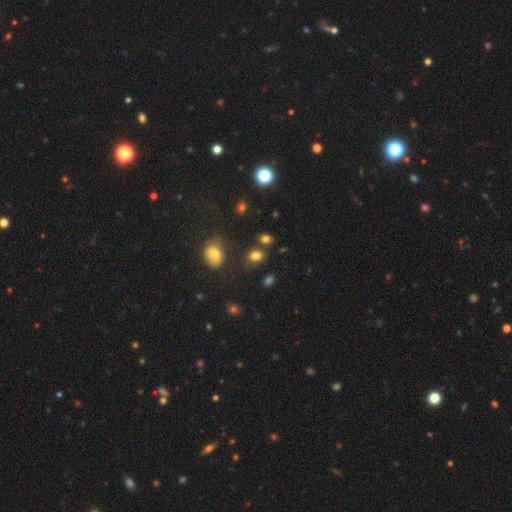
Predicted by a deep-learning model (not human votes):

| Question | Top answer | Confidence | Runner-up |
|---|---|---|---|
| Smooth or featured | smooth | 79% | star or artifact (14%) |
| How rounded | in between | 67% | round (32%) |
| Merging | none | 70% | minor disturbance (14%) |